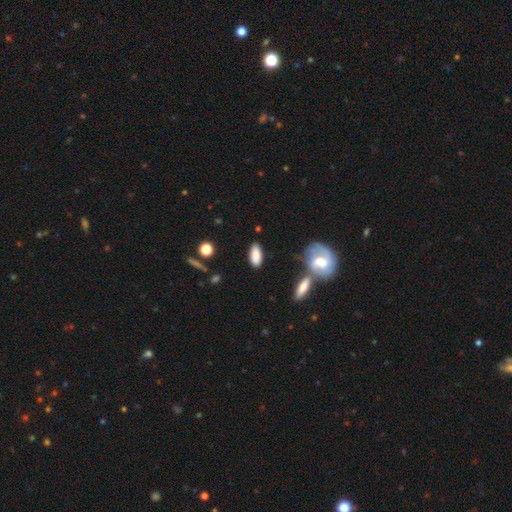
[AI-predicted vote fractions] The model was most divided on "merging": none: 78%, minor disturbance: 14%, merger: 4%, major disturbance: 4%. More confident: smooth or featured — smooth (84%); how rounded — in between (84%).